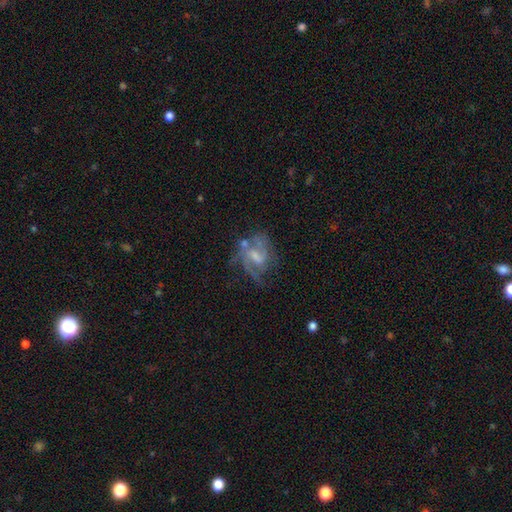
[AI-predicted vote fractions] A featured or disk galaxy (76%) with a weak bar (53%), 2 (44%) medium (48%) spiral arms (83%) and a small central bulge (38%). Merging: none (40%).